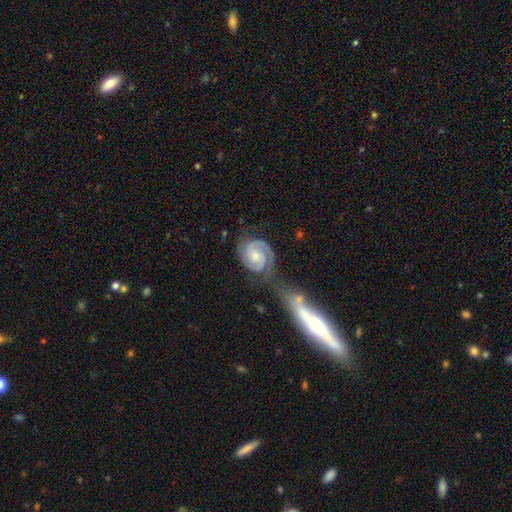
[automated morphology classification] type=featured or disk (86%); edge-on=no (98%); bar=no (63%); spiral arms=yes (98%); winding=tight (59%); arm count=2 (83%); bulge=small (45%); merging=none (50%).